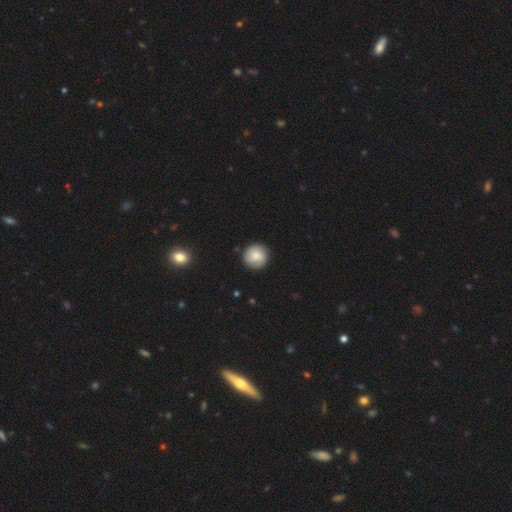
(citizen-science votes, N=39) Smooth or featured: smooth — 67% (featured or disk — 26%)
How rounded: round — 96% (in between — 4%)
Merging: none — 81% (minor disturbance — 14%)